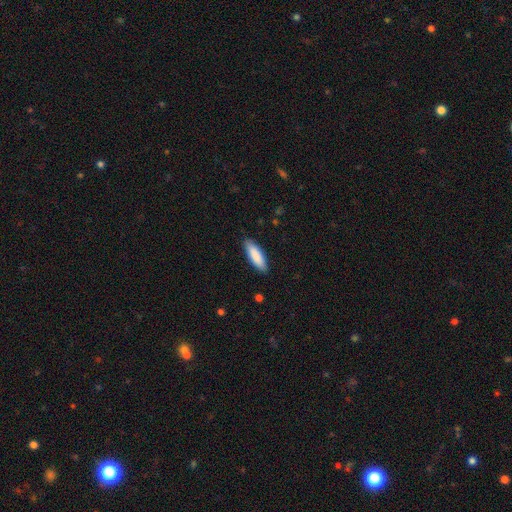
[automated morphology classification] A smooth galaxy with no disk features (88%) that is in between round and cigar-shaped (50%). Merging: none (88%).